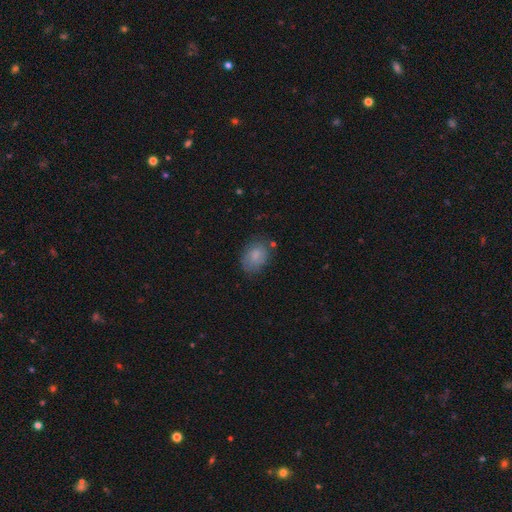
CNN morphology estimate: Smooth or featured? Predicted: smooth (p=0.77). How rounded? Predicted: in between (p=0.77). Merging? Predicted: none (p=0.68).